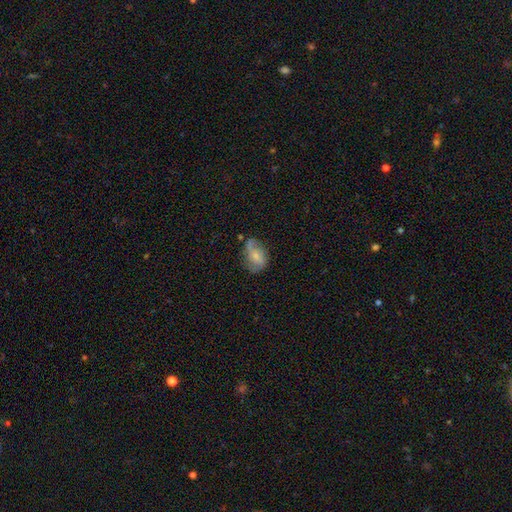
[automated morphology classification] Smooth or featured? Predicted: featured or disk (p=0.46, tied with smooth). Merging? Predicted: none (p=0.52).